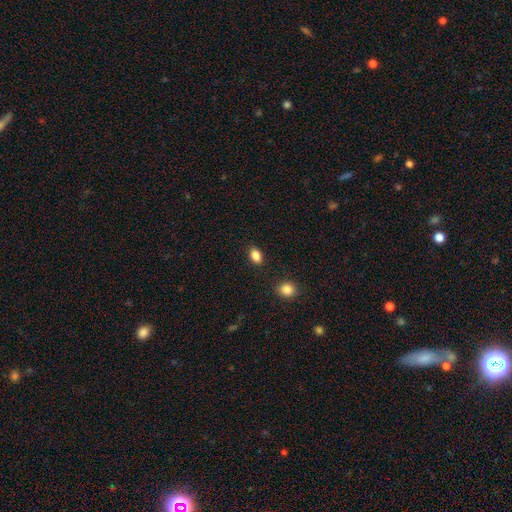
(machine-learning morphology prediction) This is clearly a smooth galaxy (86%). How rounded: clearly in between (81%). Merging: clearly none (87%).